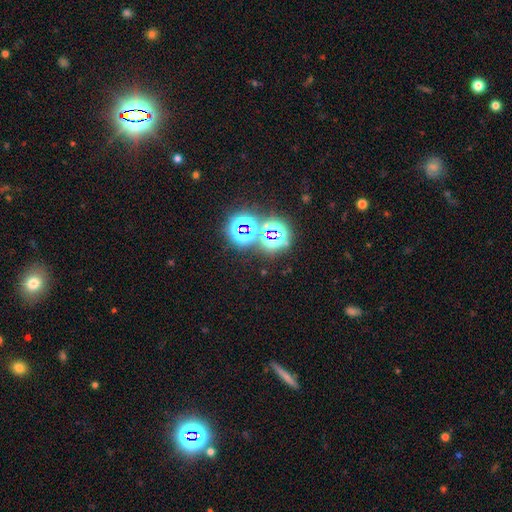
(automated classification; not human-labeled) smooth_or_featured: star or artifact (p=0.66) [alt: smooth p=0.25]